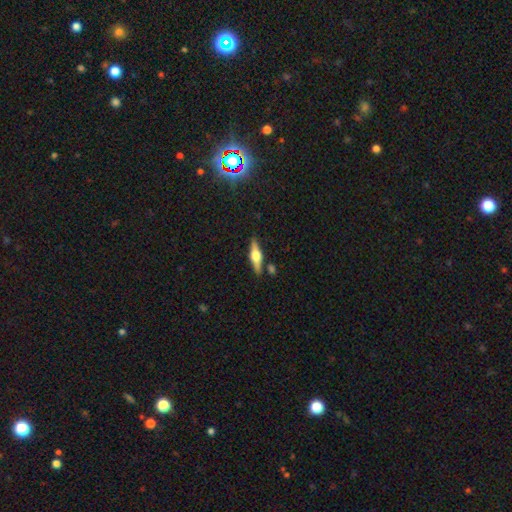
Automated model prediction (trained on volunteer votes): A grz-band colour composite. It shows a featured or disk galaxy (69%) viewed edge-on (97%) with a rounded central bulge (94%). Merging: none (85%).